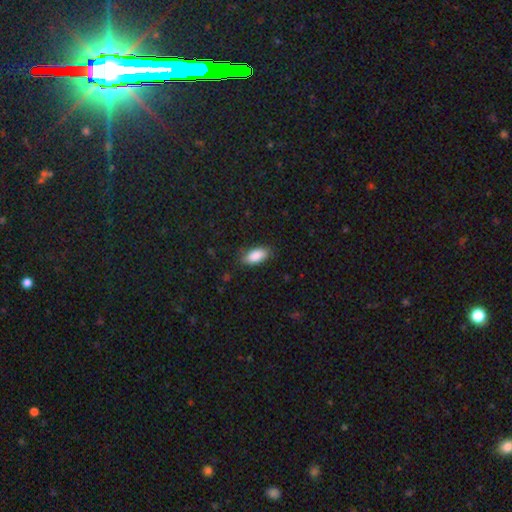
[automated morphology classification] smooth-or-featured: smooth: 88% | star or artifact: 7% | featured or disk: 5%
  how-rounded: in between: 90% | cigar-shaped: 7% | round: 2%
  merging: none: 82% | minor disturbance: 14% | major disturbance: 3% | merger: 1%